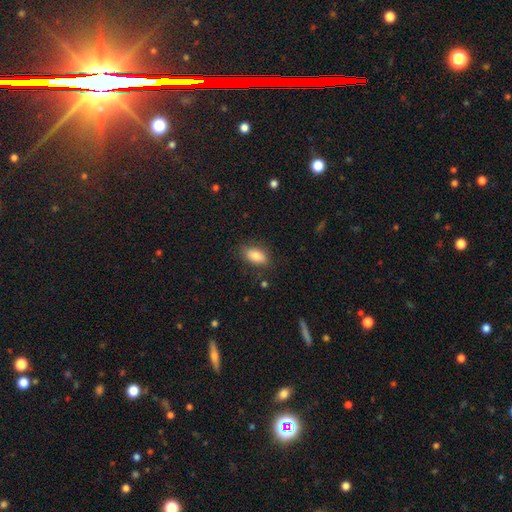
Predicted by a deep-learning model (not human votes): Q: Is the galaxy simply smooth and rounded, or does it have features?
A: smooth — 83%.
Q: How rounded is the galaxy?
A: in between — 90%.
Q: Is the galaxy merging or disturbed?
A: none — 81%.